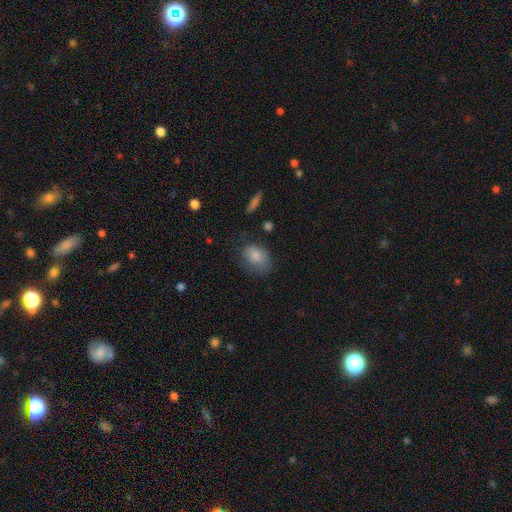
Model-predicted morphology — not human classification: A smooth galaxy with no disk features (82%) that is in between round and cigar-shaped (75%).

Vote fractions:
- Smooth or featured? smooth: 82% / featured or disk: 10% / star or artifact: 8%
- How rounded? in between: 75% / round: 24% / cigar-shaped: 1%
- Merging? none: 55% / minor disturbance: 29% / major disturbance: 14% / merger: 2%